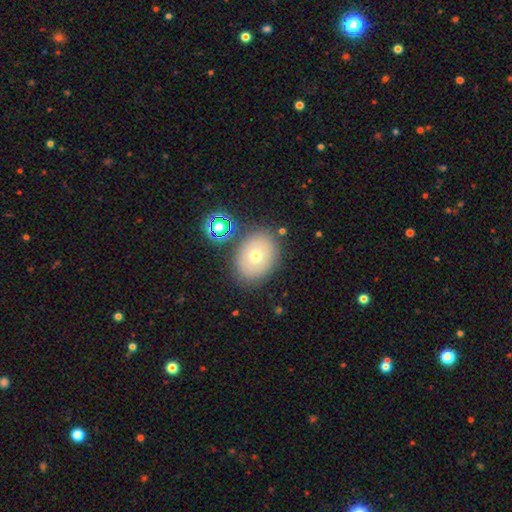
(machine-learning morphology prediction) Smooth or featured?
  - smooth: 62% *
  - featured or disk: 27%
  - star or artifact: 11%
How rounded?
  - in between: 59% *
  - round: 40%
  - cigar-shaped: 1%
Merging?
  - none: 79% *
  - minor disturbance: 12%
  - merger: 6%
  - major disturbance: 4%